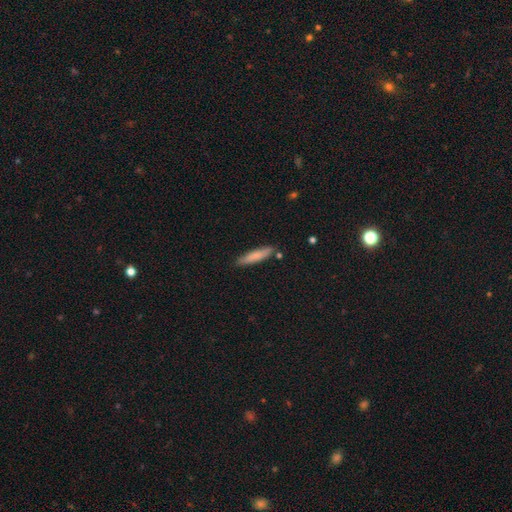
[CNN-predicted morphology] The model was most divided on "smooth or featured": smooth: 78%, featured or disk: 16%, star or artifact: 6%. More confident: how rounded — cigar-shaped (84%); merging — none (82%).